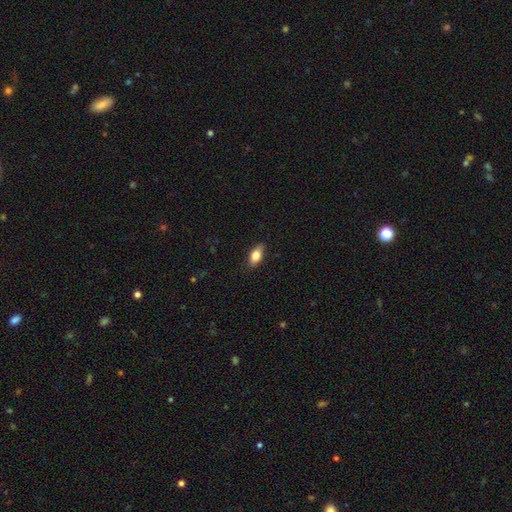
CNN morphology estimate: The model was most divided on "smooth or featured": smooth: 79%, featured or disk: 14%, star or artifact: 7%. More confident: how rounded — in between (85%); merging — none (84%).